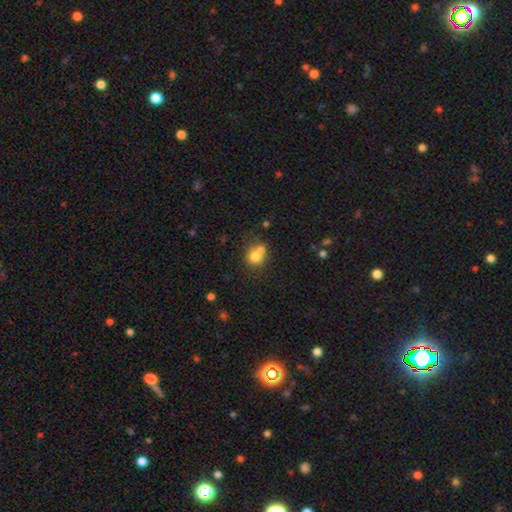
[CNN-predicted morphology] Q: Smooth or featured?
A: smooth (74%); runner-up: featured or disk (14%)
Q: How rounded?
A: round (73%); runner-up: in between (26%)
Q: Merging?
A: merger (46%); runner-up: none (38%)